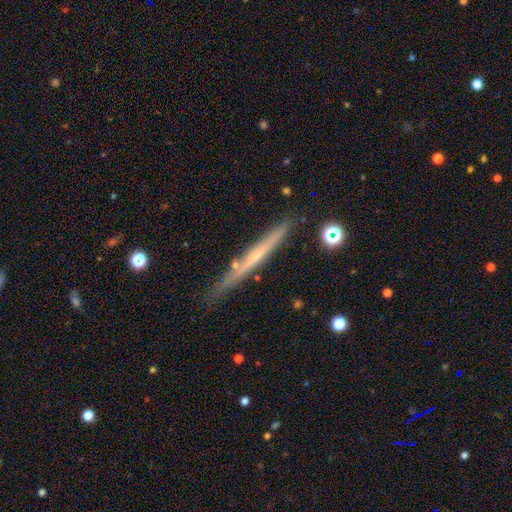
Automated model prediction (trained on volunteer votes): The model was most divided on "smooth or featured": featured or disk: 56%, smooth: 37%, star or artifact: 7%. More confident: edge-on disk — yes (95%); merging — none (83%); edge-on bulge — none (74%).